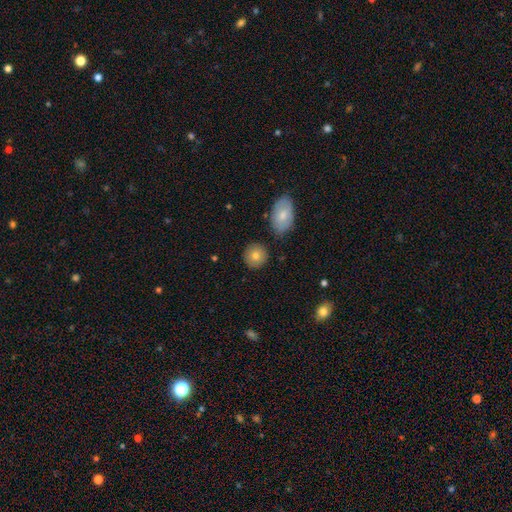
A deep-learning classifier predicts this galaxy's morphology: Q: Smooth or featured?
A: smooth (81%); runner-up: featured or disk (11%)
Q: How rounded?
A: round (89%); runner-up: in between (10%)
Q: Merging?
A: none (84%); runner-up: minor disturbance (9%)